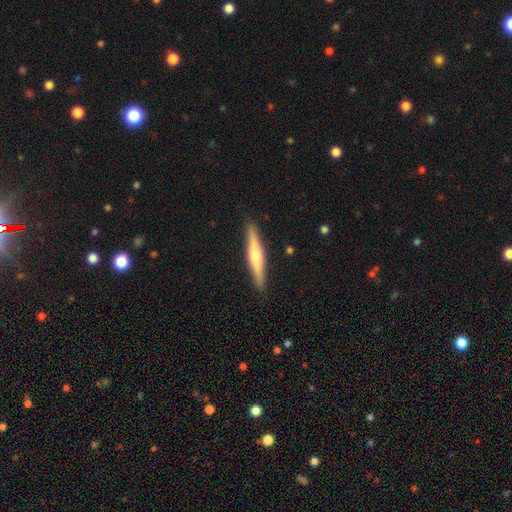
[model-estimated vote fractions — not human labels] Smooth or featured? featured or disk (57%)
Edge-on disk? yes (95%)
Edge-on bulge? rounded (86%)
Merging? none (91%)